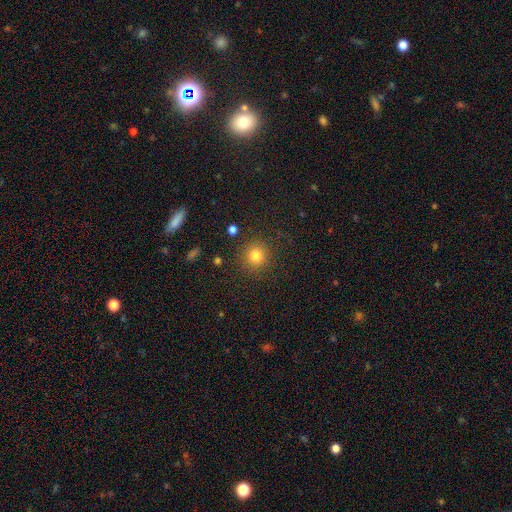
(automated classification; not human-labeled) A smooth galaxy with no disk features (80%) that is round (92%).

Vote fractions:
- Smooth or featured? smooth: 80% / star or artifact: 13% / featured or disk: 6%
- How rounded? round: 92% / in between: 7% / cigar-shaped: 1%
- Merging? none: 87% / minor disturbance: 7% / major disturbance: 3% / merger: 2%